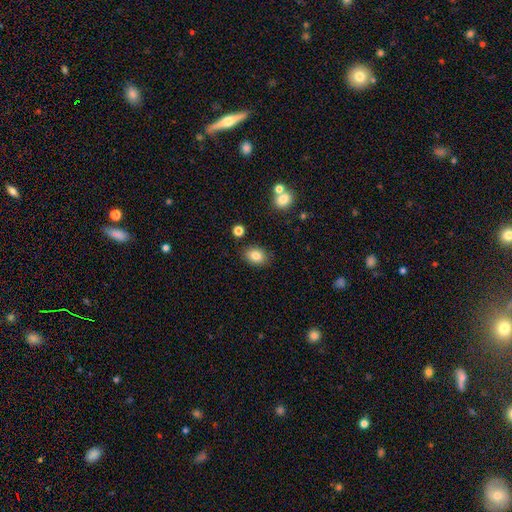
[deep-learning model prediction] Smooth or featured? Predicted: smooth (p=0.83). How rounded? Predicted: in between (p=0.68). Merging? Predicted: none (p=0.84).